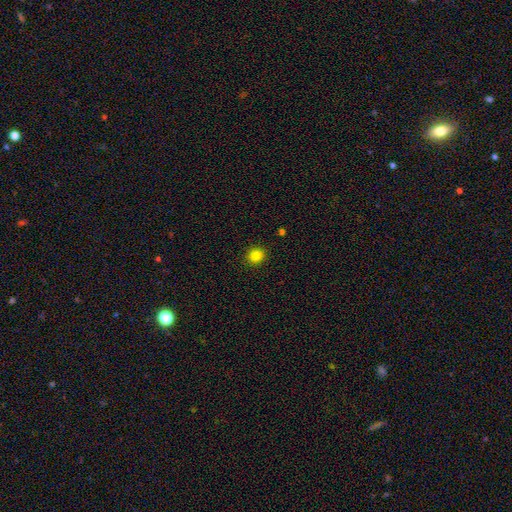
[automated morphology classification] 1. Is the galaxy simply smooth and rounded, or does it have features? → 83% smooth, 12% star or artifact, 5% featured or disk.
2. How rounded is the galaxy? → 83% round, 16% in between, 1% cigar-shaped.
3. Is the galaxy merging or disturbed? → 91% none, 6% minor disturbance, 2% major disturbance, 1% merger.